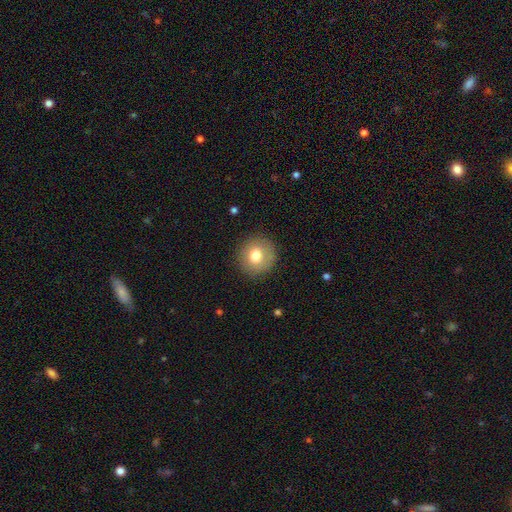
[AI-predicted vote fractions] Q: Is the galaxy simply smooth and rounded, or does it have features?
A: smooth — 76%.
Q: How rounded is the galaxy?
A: round — 90%.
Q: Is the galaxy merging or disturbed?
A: none — 87%.